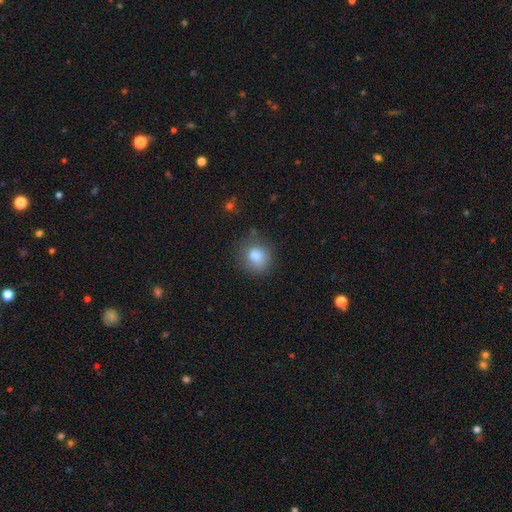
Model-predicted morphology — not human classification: type=smooth (83%); roundness=round (81%); merging=none (74%).